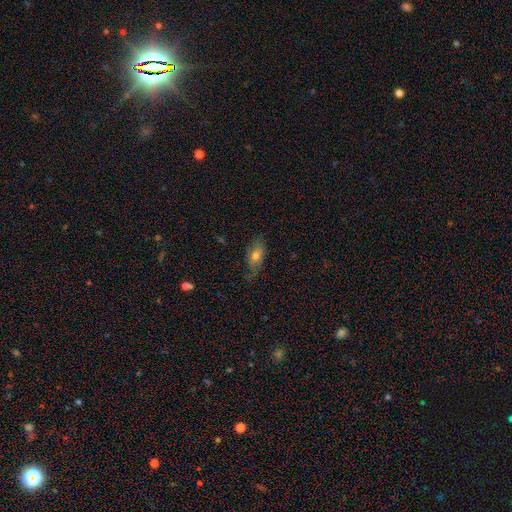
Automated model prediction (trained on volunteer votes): Smooth or featured: smooth — 67% (featured or disk — 25%)
How rounded: in between — 85% (cigar-shaped — 11%)
Merging: none — 63% (minor disturbance — 27%)